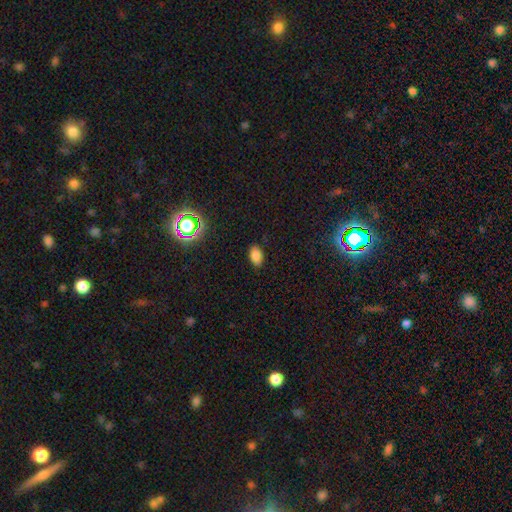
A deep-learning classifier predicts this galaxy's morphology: Smooth or featured? smooth (80%)
How rounded? in between (91%)
Merging? none (86%)